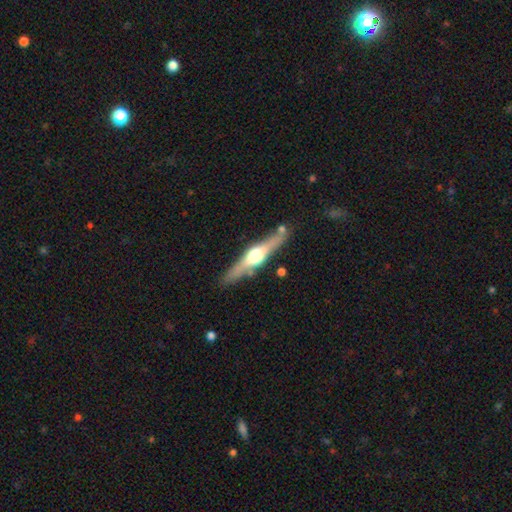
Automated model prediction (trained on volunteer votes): featured or disk 74%, smooth 21%, star or artifact 5%. Down the decision tree: edge-on disk — yes (97%); edge-on bulge — rounded (95%); merging — none (80%).